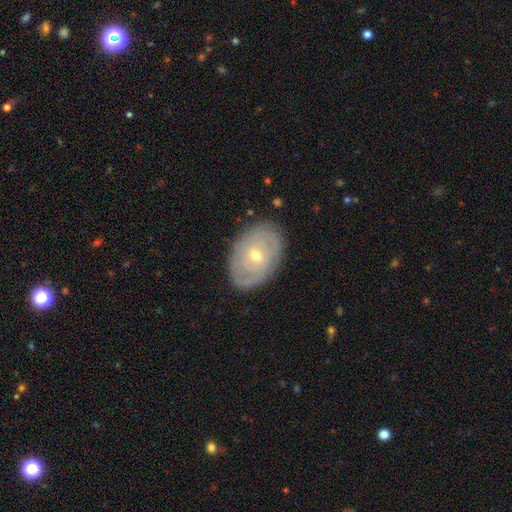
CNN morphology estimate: type=featured or disk (75%); edge-on=no (95%); bar=no (74%); spiral arms=yes (82%); winding=tight (79%); arm count=can't tell (46%); bulge=small (52%); merging=none (84%).